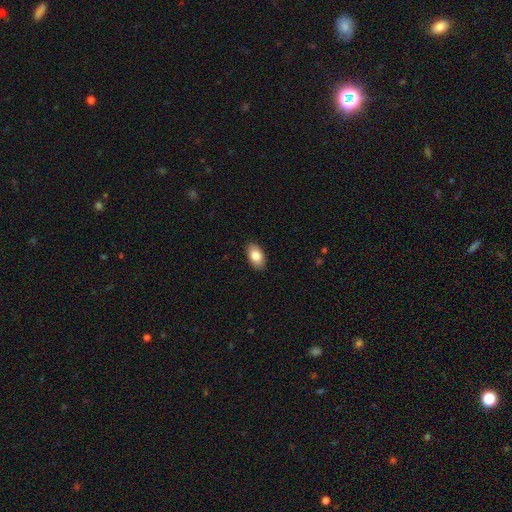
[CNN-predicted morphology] smooth_or_featured: smooth (p=0.83) [alt: featured or disk p=0.10]
how_rounded: in between (p=0.93) [alt: round p=0.05]
merging: none (p=0.89) [alt: minor disturbance p=0.08]